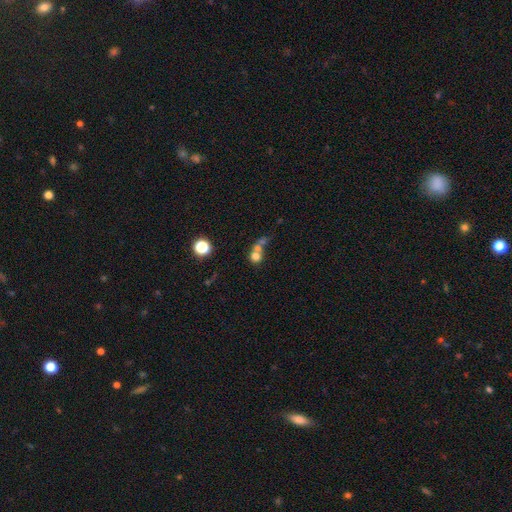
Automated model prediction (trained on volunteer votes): Q: Smooth or featured?
A: smooth (66%); runner-up: featured or disk (18%)
Q: How rounded?
A: round (79%); runner-up: in between (20%)
Q: Merging?
A: merger (57%); runner-up: none (27%)